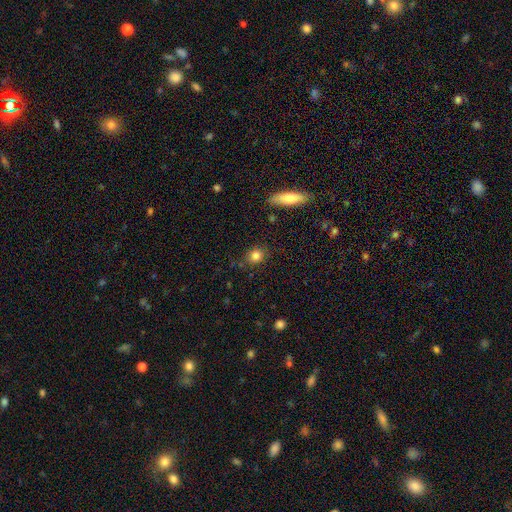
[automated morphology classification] Smooth or featured?
  - smooth: 82% *
  - star or artifact: 11%
  - featured or disk: 7%
How rounded?
  - round: 67% *
  - in between: 31%
  - cigar-shaped: 2%
Merging?
  - none: 82% *
  - minor disturbance: 13%
  - major disturbance: 3%
  - merger: 2%